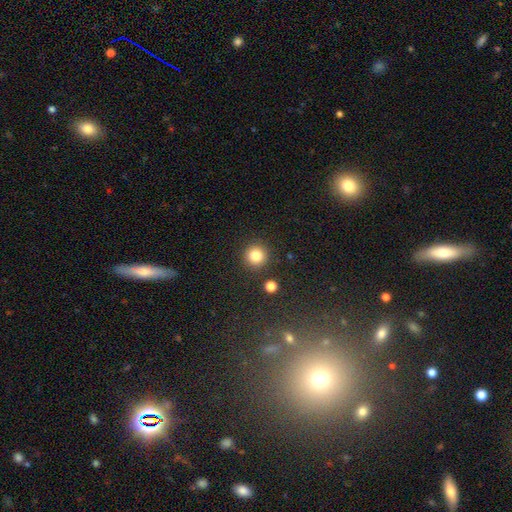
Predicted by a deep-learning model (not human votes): smooth-or-featured: smooth: 83% | star or artifact: 12% | featured or disk: 6%
  how-rounded: round: 94% | in between: 5% | cigar-shaped: 1%
  merging: none: 90% | minor disturbance: 6% | merger: 3% | major disturbance: 2%